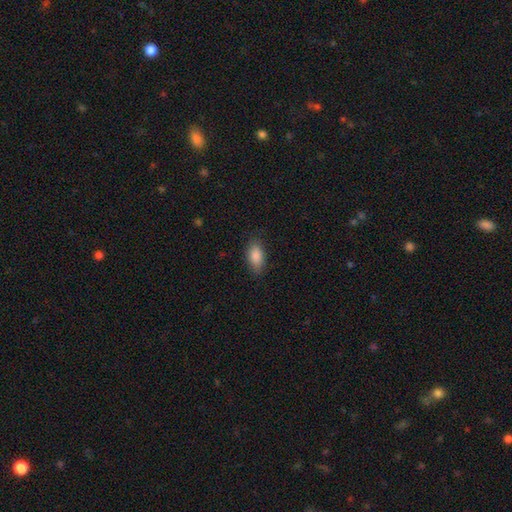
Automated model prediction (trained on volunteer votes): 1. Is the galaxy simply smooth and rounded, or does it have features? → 86% smooth, 7% star or artifact, 6% featured or disk.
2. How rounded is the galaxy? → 89% in between, 6% cigar-shaped, 5% round.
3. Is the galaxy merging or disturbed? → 82% none, 14% minor disturbance, 3% major disturbance, 1% merger.